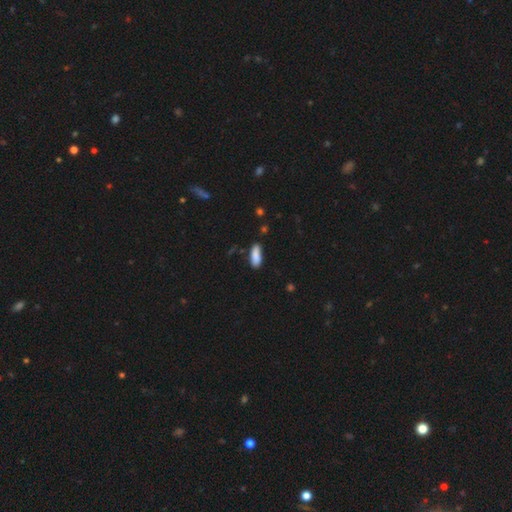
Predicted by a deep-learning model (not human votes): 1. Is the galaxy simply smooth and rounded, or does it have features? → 87% smooth, 7% star or artifact, 6% featured or disk.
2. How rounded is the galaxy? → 72% in between, 27% cigar-shaped, 2% round.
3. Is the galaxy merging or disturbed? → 71% none, 22% minor disturbance, 4% major disturbance, 3% merger.